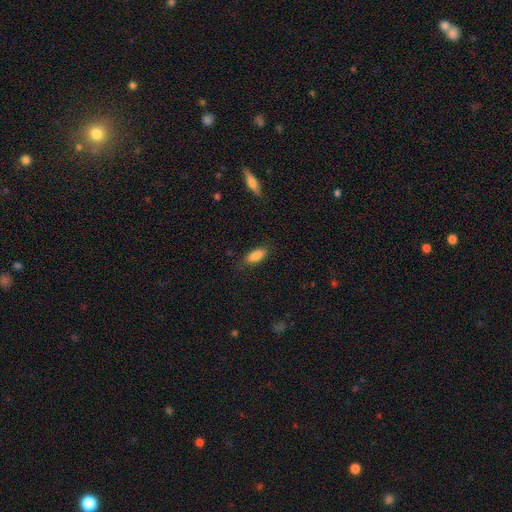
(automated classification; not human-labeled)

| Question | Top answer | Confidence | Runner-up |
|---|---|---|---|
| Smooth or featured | smooth | 86% | star or artifact (7%) |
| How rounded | in between | 83% | cigar-shaped (14%) |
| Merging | none | 82% | minor disturbance (14%) |